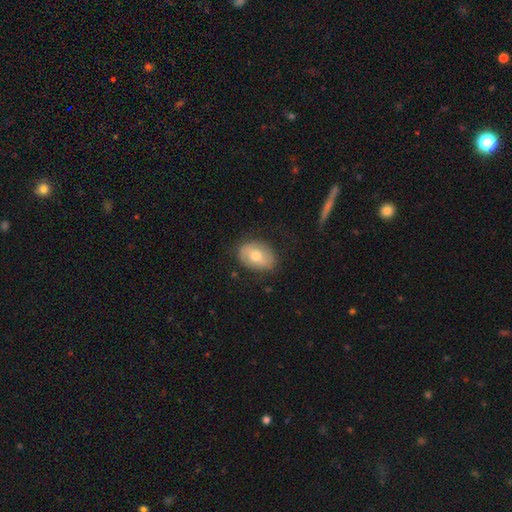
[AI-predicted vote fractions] This is likely a smooth galaxy (63%). How rounded: likely in between (73%). Merging: likely none (78%).